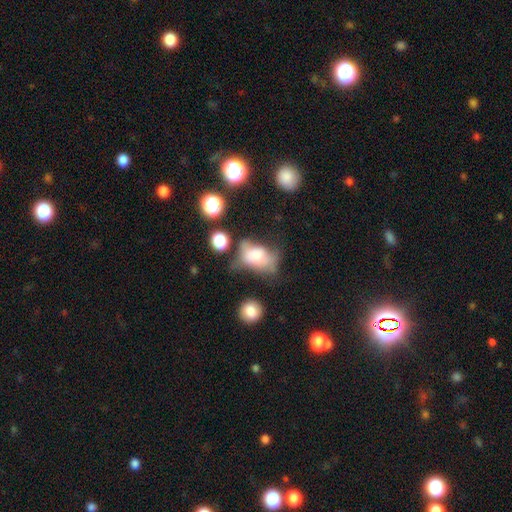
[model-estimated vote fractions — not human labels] A smooth galaxy with no disk features (57%) that is in between round and cigar-shaped (83%). Merging: major disturbance (38%).